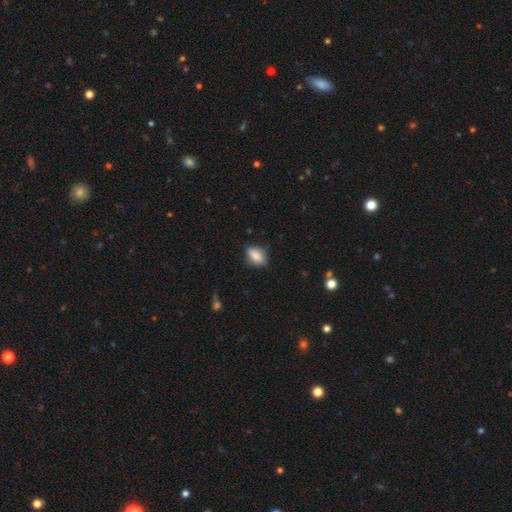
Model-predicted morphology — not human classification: Smooth or featured? Predicted: smooth (p=0.82). How rounded? Predicted: in between (p=0.85). Merging? Predicted: none (p=0.78).